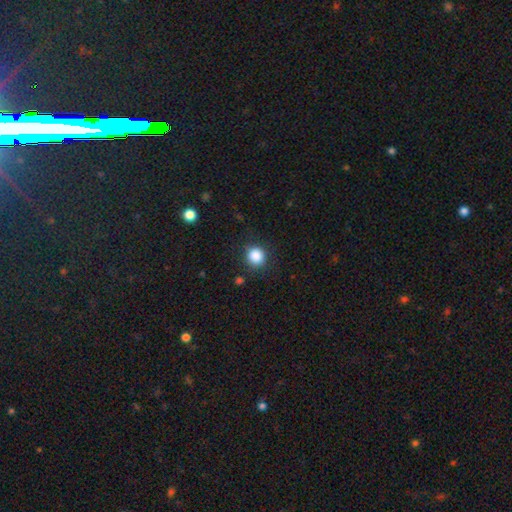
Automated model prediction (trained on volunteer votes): This is clearly a smooth galaxy (87%). How rounded: clearly round (90%). Merging: clearly none (85%).